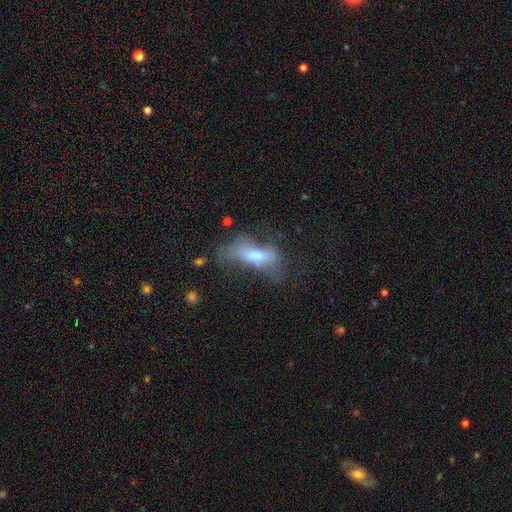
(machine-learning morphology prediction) Overall: smooth (46%; featured or disk 41%). Merging: major disturbance (39%; none 31%).